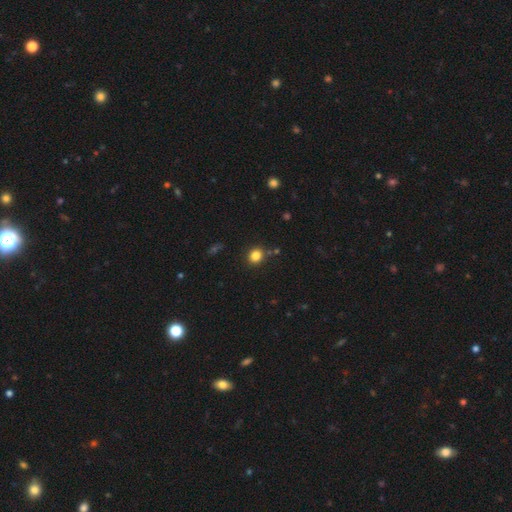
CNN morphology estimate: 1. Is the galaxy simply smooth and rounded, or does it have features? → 83% smooth, 12% star or artifact, 5% featured or disk.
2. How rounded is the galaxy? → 80% round, 19% in between, 1% cigar-shaped.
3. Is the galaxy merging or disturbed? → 84% none, 9% minor disturbance, 4% merger, 3% major disturbance.